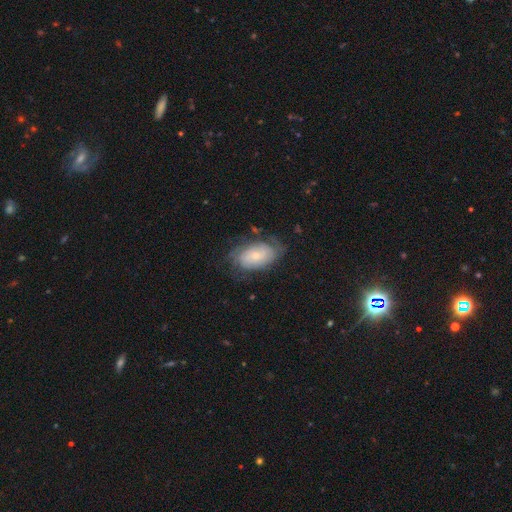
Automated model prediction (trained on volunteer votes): smooth-or-featured: featured or disk: 60% | smooth: 33% | star or artifact: 7%
  disk-edge-on: no: 95% | yes: 5%
    bar: no: 73% | weak: 23% | strong: 4%
    has-spiral-arms: yes: 83% | no: 17%
    bulge-size: small: 61% | moderate: 32% | large: 3% | none: 3% | dominant: 1%
  merging: none: 63% | minor disturbance: 24% | major disturbance: 12% | merger: 2%